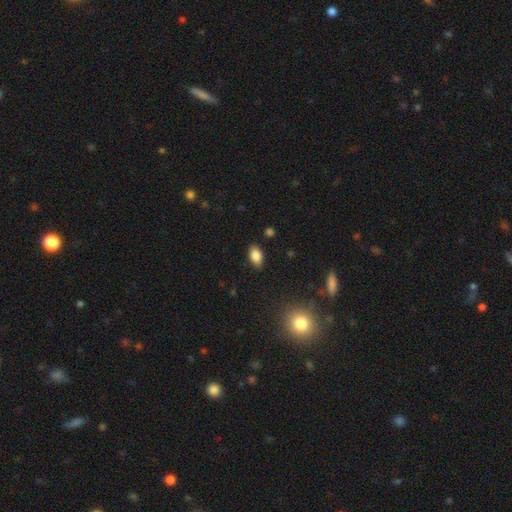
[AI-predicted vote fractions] This appears to be a smooth galaxy with no disk features (85%) that is in between round and cigar-shaped (91%). Merging: none (86%).